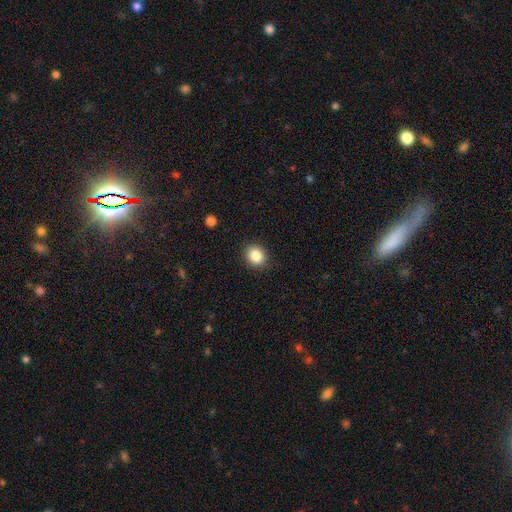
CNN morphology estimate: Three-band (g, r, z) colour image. It shows a smooth galaxy with no disk features (86%) that is round (65%). Merging: none (89%).